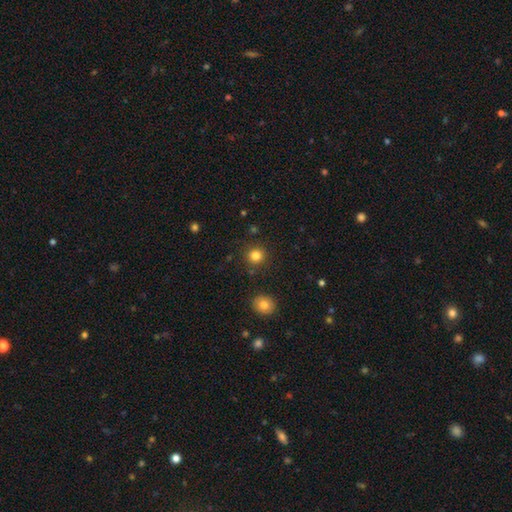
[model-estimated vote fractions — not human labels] Smooth or featured? Predicted: smooth (p=0.82). How rounded? Predicted: round (p=0.93). Merging? Predicted: none (p=0.89).